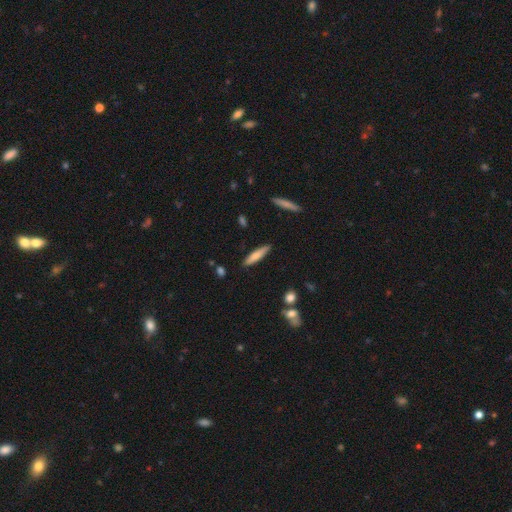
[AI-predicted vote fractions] smooth 71%, featured or disk 22%, star or artifact 6%. Down the decision tree: how rounded — cigar-shaped (83%); merging — none (87%).